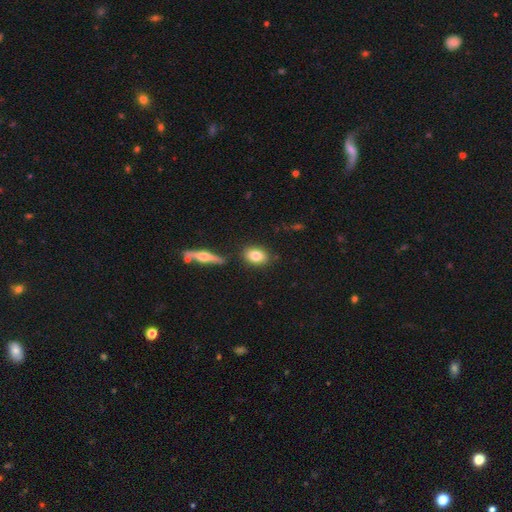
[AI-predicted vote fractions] Morphology: type=smooth (80%); roundness=in between (76%); merging=none (82%).